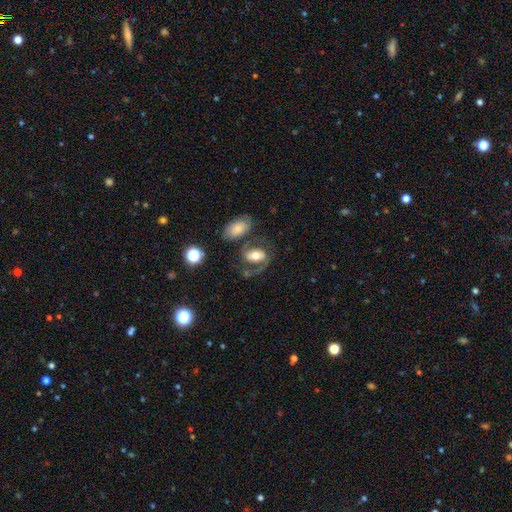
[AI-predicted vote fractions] Morphology: type=featured or disk (61%); edge-on=no (95%); bar=no (40%); spiral arms=yes (82%); bulge=moderate (61%); merging=none (49%).